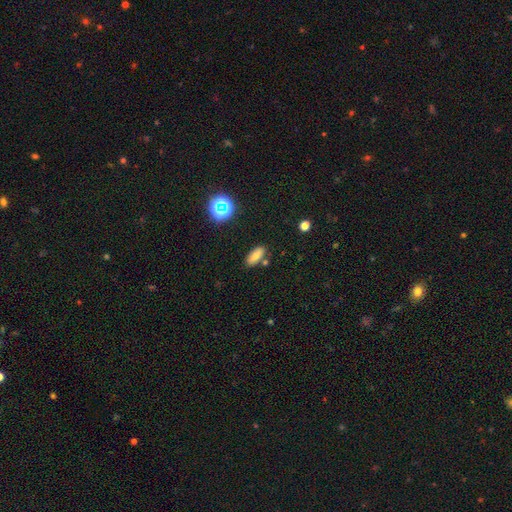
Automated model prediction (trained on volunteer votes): The model was most divided on "smooth or featured": smooth: 71%, featured or disk: 15%, star or artifact: 14%. More confident: merging — none (80%); how rounded — in between (77%).